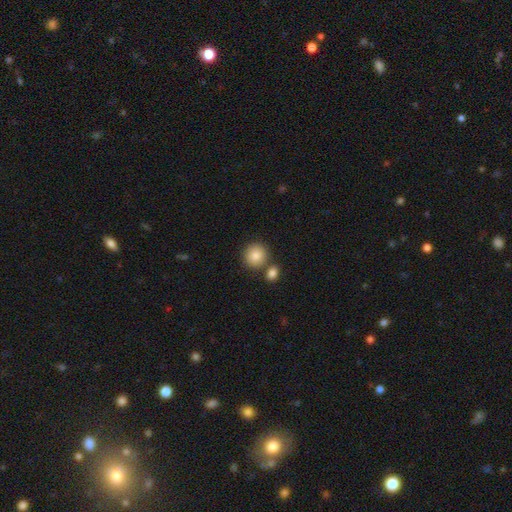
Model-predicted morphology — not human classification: type=smooth (85%); roundness=round (87%); merging=none (70%).